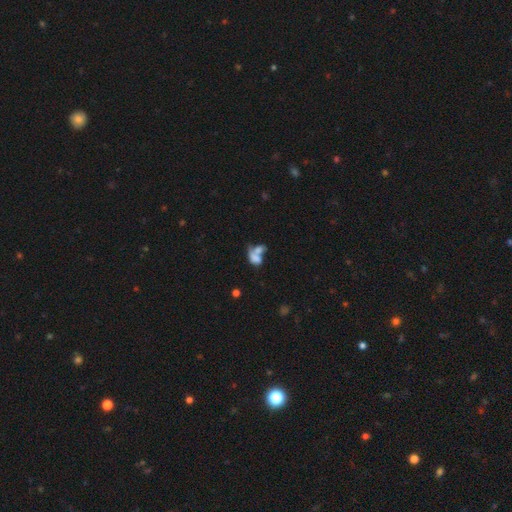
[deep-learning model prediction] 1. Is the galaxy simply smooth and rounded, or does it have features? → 61% smooth, 27% featured or disk, 12% star or artifact.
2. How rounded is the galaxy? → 81% in between, 16% round, 3% cigar-shaped.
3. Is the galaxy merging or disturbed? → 66% merger, 16% none, 10% major disturbance, 8% minor disturbance.